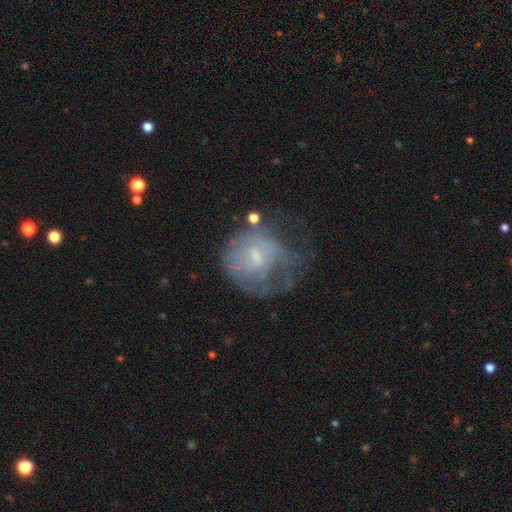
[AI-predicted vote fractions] smooth_or_featured: featured or disk (p=0.51) [alt: smooth p=0.37]
disk_edge_on: no (p=0.97) [alt: yes p=0.03]
merging: major disturbance (p=0.36) [alt: none p=0.35]